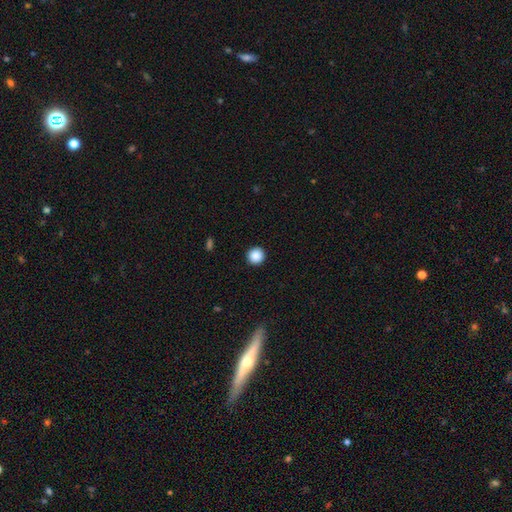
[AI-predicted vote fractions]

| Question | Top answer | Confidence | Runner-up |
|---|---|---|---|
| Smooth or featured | smooth | 88% | star or artifact (9%) |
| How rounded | round | 96% | in between (3%) |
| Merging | none | 93% | minor disturbance (4%) |